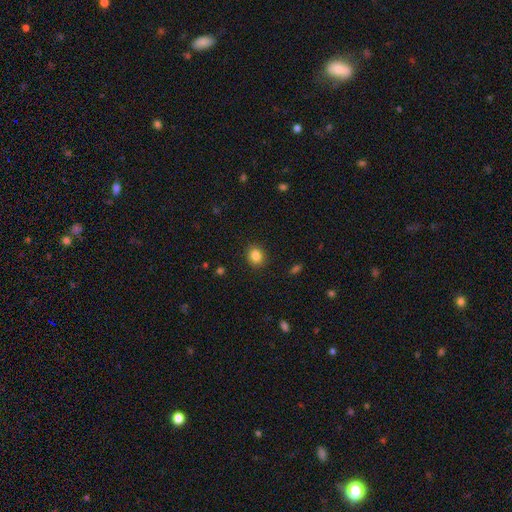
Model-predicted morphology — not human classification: smooth-or-featured: smooth: 85% | star or artifact: 10% | featured or disk: 5%
  how-rounded: round: 65% | in between: 34% | cigar-shaped: 1%
  merging: none: 88% | minor disturbance: 8% | major disturbance: 2% | merger: 1%